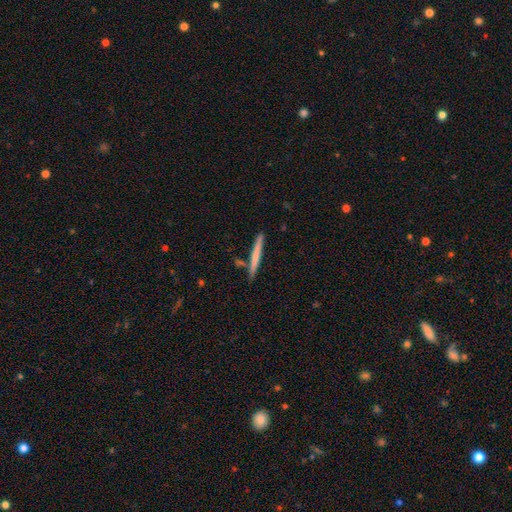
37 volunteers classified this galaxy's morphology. This is possibly a smooth galaxy (51%). How rounded: clearly cigar-shaped (95%). Merging: clearly none (97%).